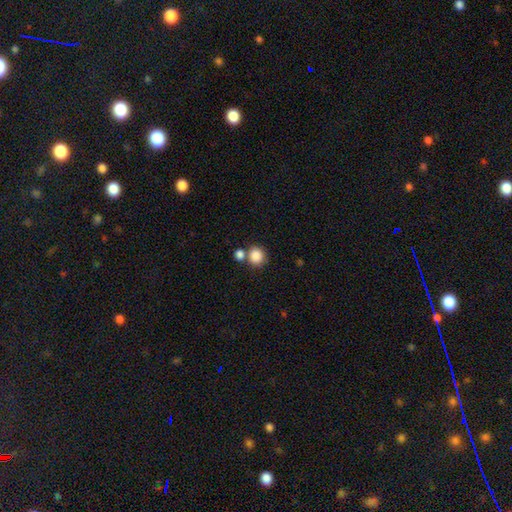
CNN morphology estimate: Smooth or featured? Predicted: smooth (p=0.86). How rounded? Predicted: round (p=0.82). Merging? Predicted: none (p=0.58).